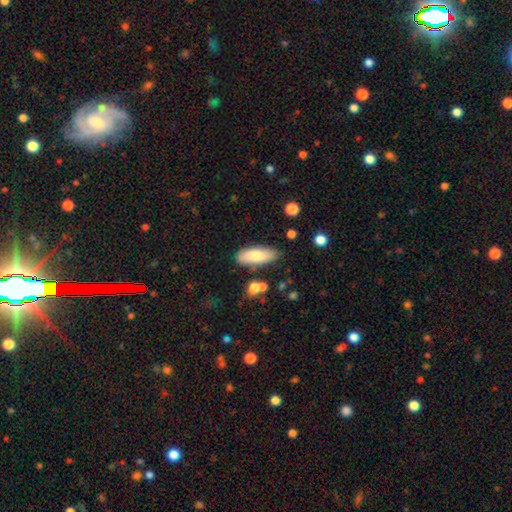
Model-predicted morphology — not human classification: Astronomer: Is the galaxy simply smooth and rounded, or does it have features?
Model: smooth — 75%.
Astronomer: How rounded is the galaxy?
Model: in between — 71%.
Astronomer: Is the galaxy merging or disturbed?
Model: none — 80%.